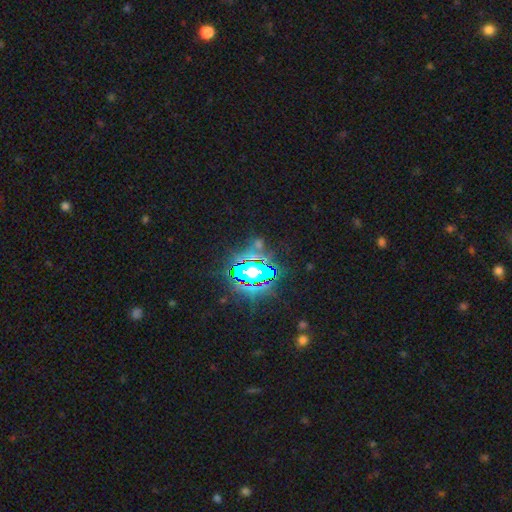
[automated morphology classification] smooth-or-featured: star or artifact: 83% | smooth: 10% | featured or disk: 7%